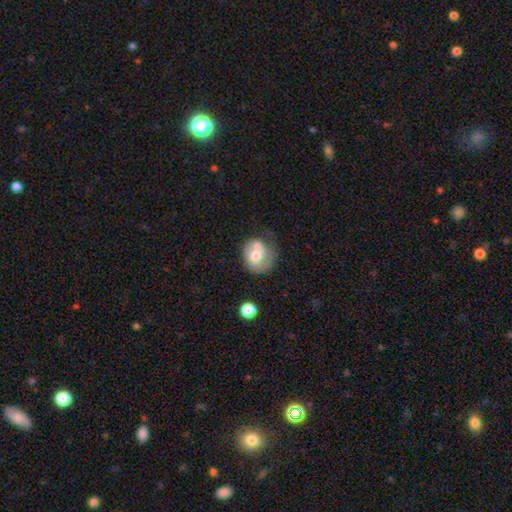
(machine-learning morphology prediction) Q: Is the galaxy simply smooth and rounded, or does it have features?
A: smooth — 57%.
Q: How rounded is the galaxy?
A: round — 66%.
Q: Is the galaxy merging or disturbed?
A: none — 33%.